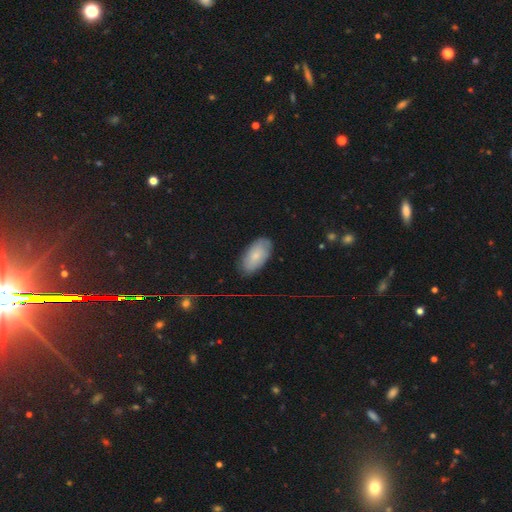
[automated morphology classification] Smooth or featured? Predicted: smooth (p=0.76). How rounded? Predicted: in between (p=0.94). Merging? Predicted: none (p=0.83).